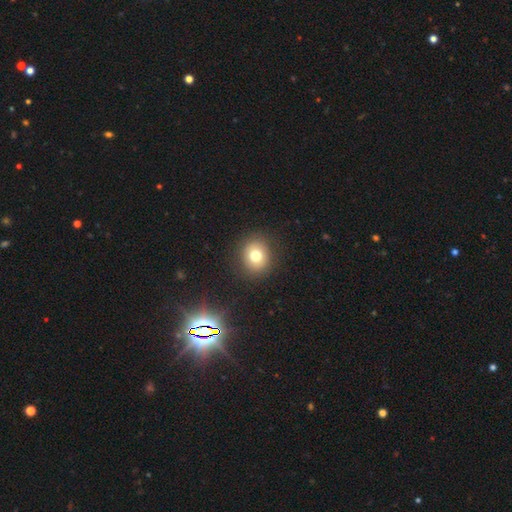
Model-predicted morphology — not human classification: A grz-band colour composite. It shows a smooth galaxy with no disk features (73%) that is round (80%). Merging: none (88%).